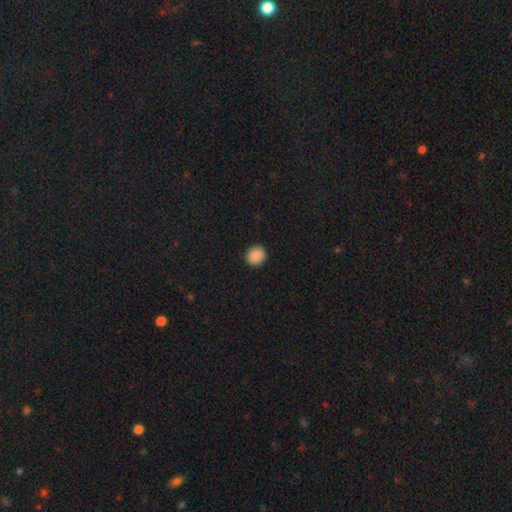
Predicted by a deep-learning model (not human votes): The model was most divided on "how rounded": round: 81%, in between: 18%, cigar-shaped: 1%. More confident: merging — none (91%); smooth or featured — smooth (89%).